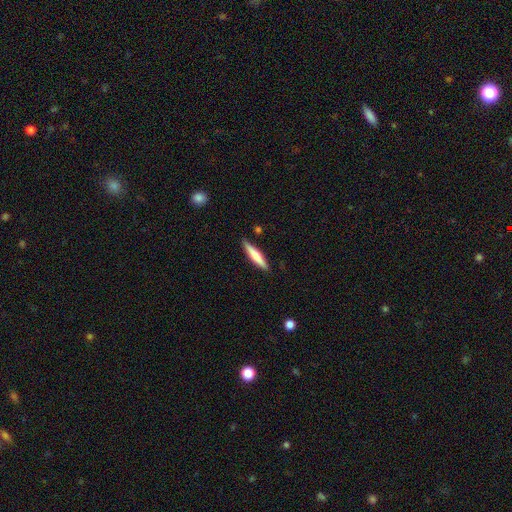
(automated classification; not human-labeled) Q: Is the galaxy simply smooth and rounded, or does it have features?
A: smooth — 62%.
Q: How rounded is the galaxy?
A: cigar-shaped — 88%.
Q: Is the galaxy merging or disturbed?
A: none — 87%.